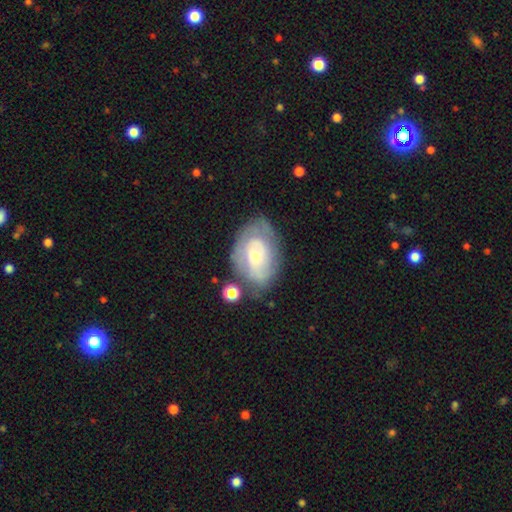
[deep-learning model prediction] This is likely a featured or disk galaxy (66%). It is clearly not viewed edge-on (95%). Bar: likely no (69%). Spiral arm pattern: likely yes (70%). Central bulge: possibly moderate (47%). Merging: possibly none (59%).